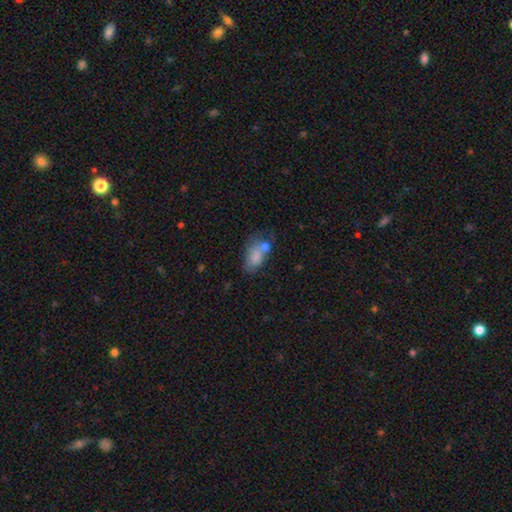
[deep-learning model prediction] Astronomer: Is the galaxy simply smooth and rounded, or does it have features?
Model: smooth — 74%.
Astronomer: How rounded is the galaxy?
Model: in between — 88%.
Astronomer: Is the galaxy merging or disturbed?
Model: merger — 34% (runner-up: none, 33%).